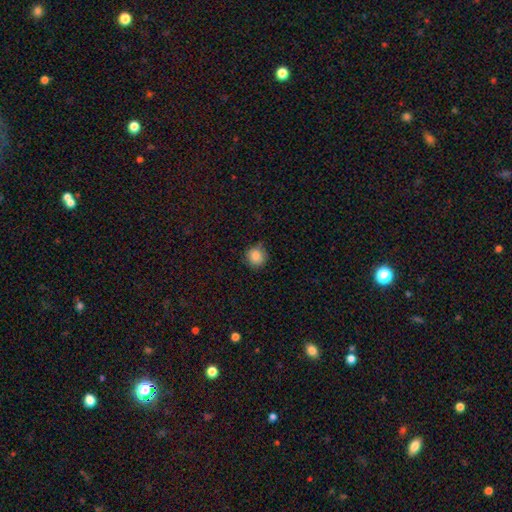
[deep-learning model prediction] Smooth or featured: smooth — 85% (star or artifact — 10%)
How rounded: round — 92% (in between — 7%)
Merging: none — 82% (minor disturbance — 15%)